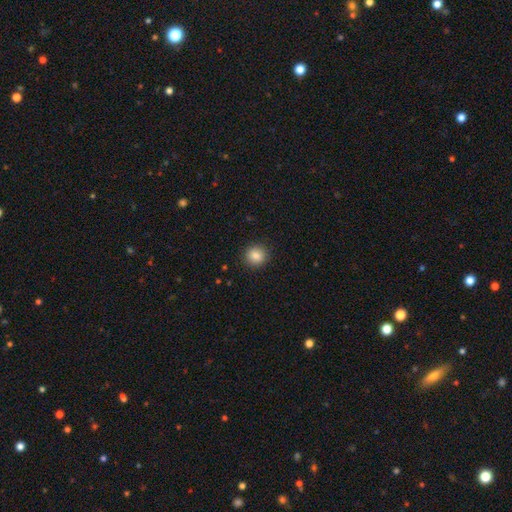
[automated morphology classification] Q: Smooth or featured?
A: smooth (86%); runner-up: star or artifact (10%)
Q: How rounded?
A: round (89%); runner-up: in between (10%)
Q: Merging?
A: none (91%); runner-up: minor disturbance (6%)